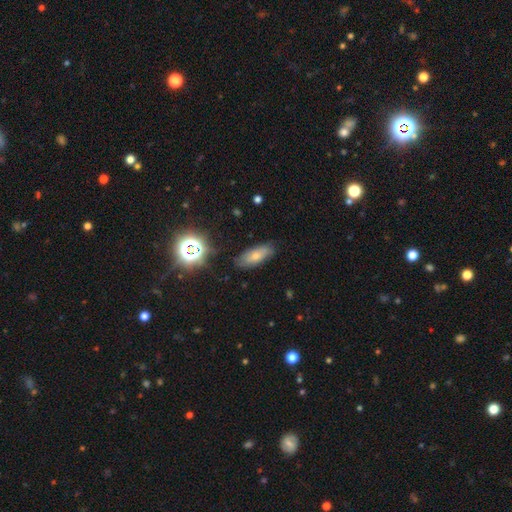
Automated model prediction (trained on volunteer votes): smooth_or_featured: smooth (p=0.64) [alt: featured or disk p=0.22]
how_rounded: in between (p=0.73) [alt: cigar-shaped p=0.23]
merging: none (p=0.80) [alt: minor disturbance p=0.15]